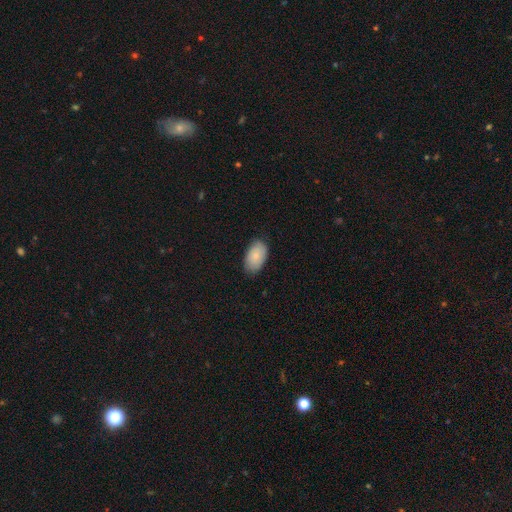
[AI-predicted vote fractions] Q: Smooth or featured?
A: smooth (83%); runner-up: featured or disk (11%)
Q: How rounded?
A: in between (93%); runner-up: round (5%)
Q: Merging?
A: none (81%); runner-up: minor disturbance (15%)